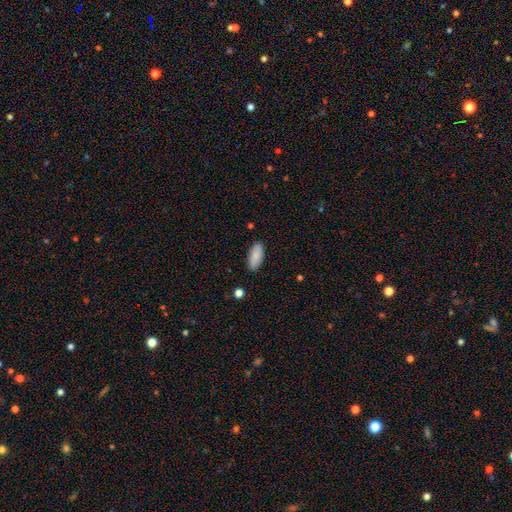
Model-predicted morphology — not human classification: Smooth or featured? Predicted: smooth (p=0.86). How rounded? Predicted: in between (p=0.89). Merging? Predicted: none (p=0.86).